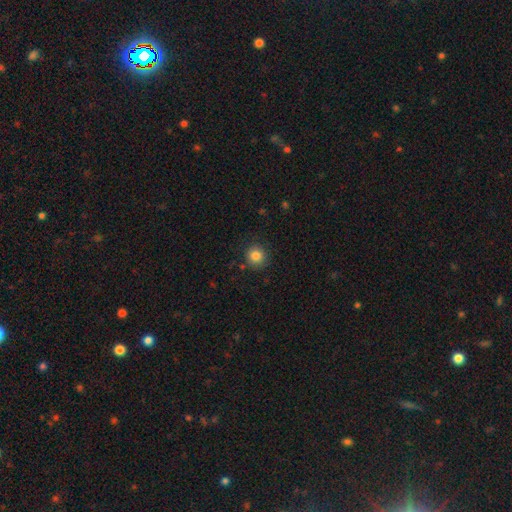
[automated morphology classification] Smooth or featured? smooth (84%)
How rounded? round (93%)
Merging? none (87%)